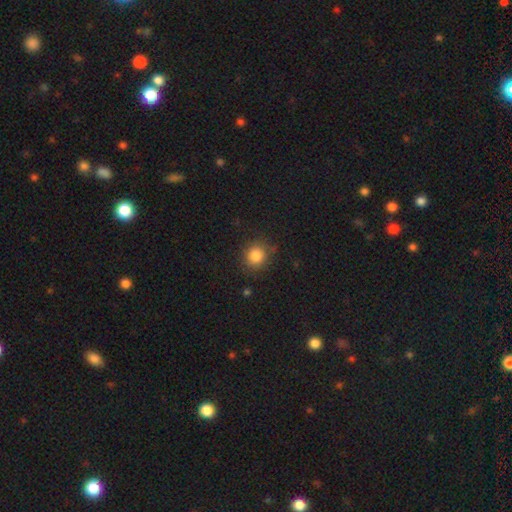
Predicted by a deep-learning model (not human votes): Q: Smooth or featured?
A: smooth (84%); runner-up: star or artifact (11%)
Q: How rounded?
A: round (85%); runner-up: in between (14%)
Q: Merging?
A: none (83%); runner-up: minor disturbance (12%)